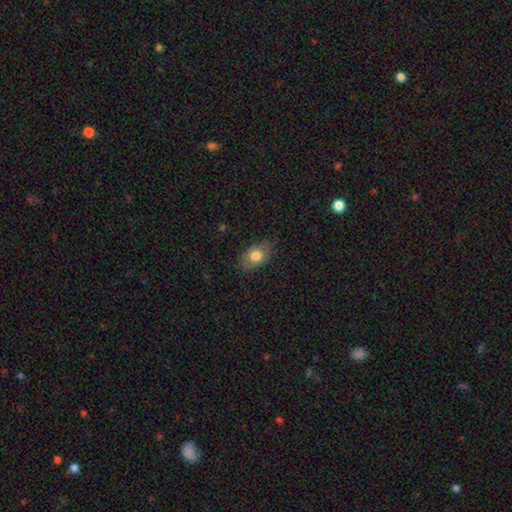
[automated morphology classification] A smooth galaxy with no disk features (75%) that is in between round and cigar-shaped (80%). Merging: none (77%).